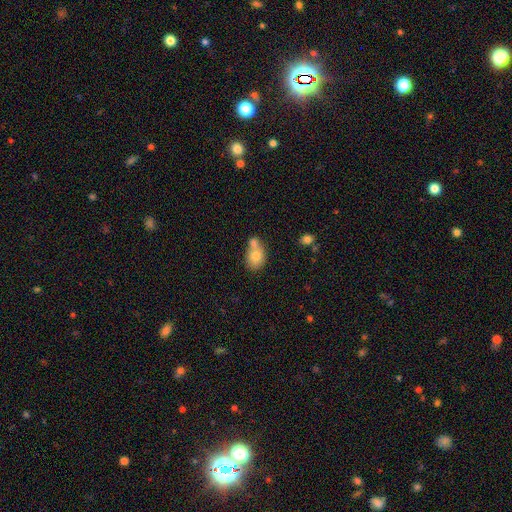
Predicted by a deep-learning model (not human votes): This is likely a smooth galaxy (75%). How rounded: possibly in between (60%). Merging: possibly merger (53%).